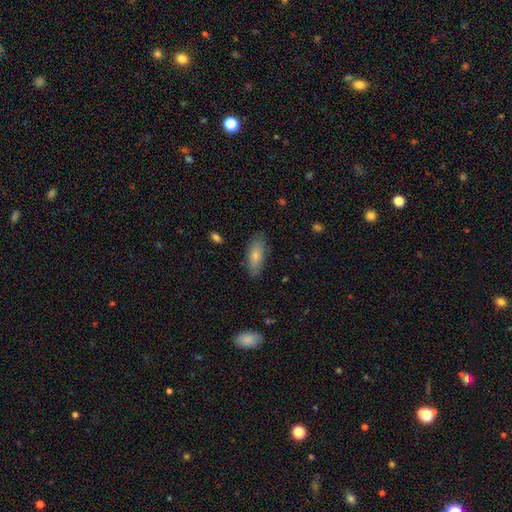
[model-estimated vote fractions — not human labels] Overall: smooth (75%). How rounded: in between (80%). Merging: none (80%).